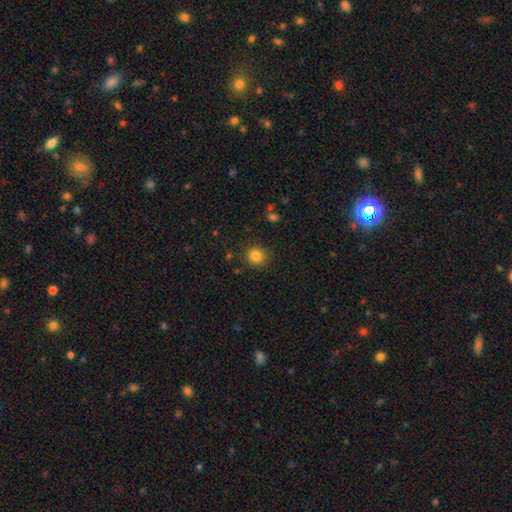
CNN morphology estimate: Smooth or featured?
  - smooth: 83% *
  - star or artifact: 12%
  - featured or disk: 5%
How rounded?
  - round: 89% *
  - in between: 10%
  - cigar-shaped: 1%
Merging?
  - none: 87% *
  - minor disturbance: 9%
  - major disturbance: 3%
  - merger: 2%